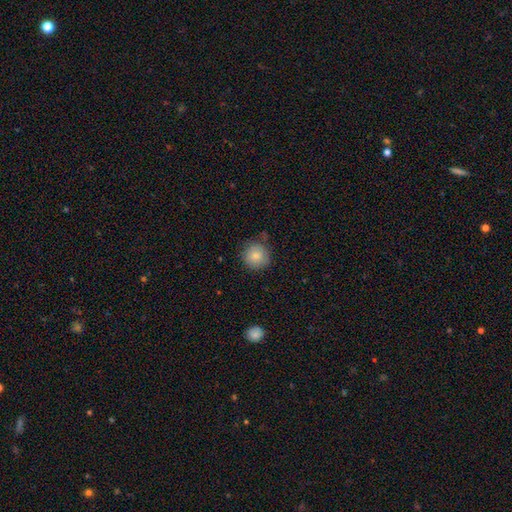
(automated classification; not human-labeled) smooth_or_featured: smooth (p=0.82) [alt: featured or disk p=0.09]
how_rounded: round (p=0.93) [alt: in between p=0.06]
merging: none (p=0.79) [alt: minor disturbance p=0.15]